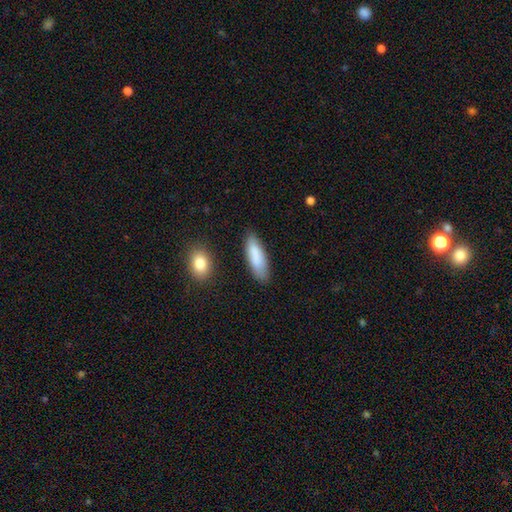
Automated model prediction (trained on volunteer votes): smooth_or_featured: smooth (p=0.85) [alt: featured or disk p=0.09]
how_rounded: in between (p=0.52) [alt: cigar-shaped p=0.46]
merging: none (p=0.82) [alt: minor disturbance p=0.13]